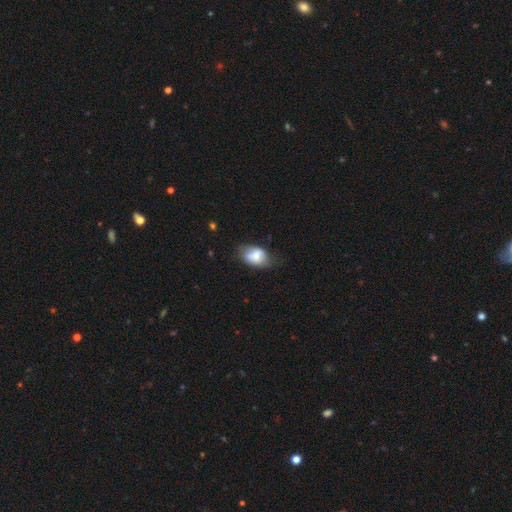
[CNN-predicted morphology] Q: Smooth or featured?
A: smooth (67%); runner-up: featured or disk (26%)
Q: How rounded?
A: in between (86%); runner-up: round (12%)
Q: Merging?
A: none (59%); runner-up: minor disturbance (29%)